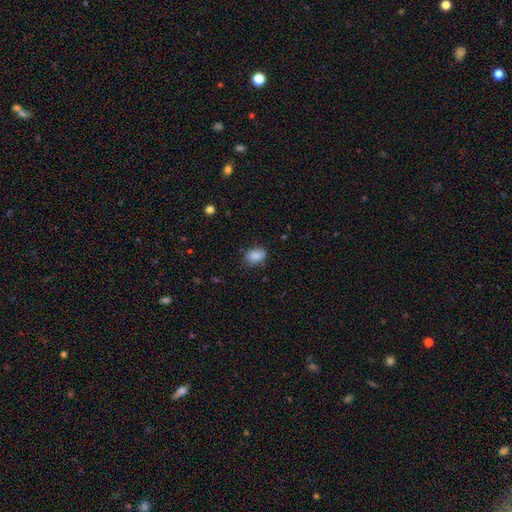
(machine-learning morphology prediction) Smooth or featured: smooth — 87% (star or artifact — 9%)
How rounded: in between — 78% (round — 21%)
Merging: none — 78% (minor disturbance — 17%)